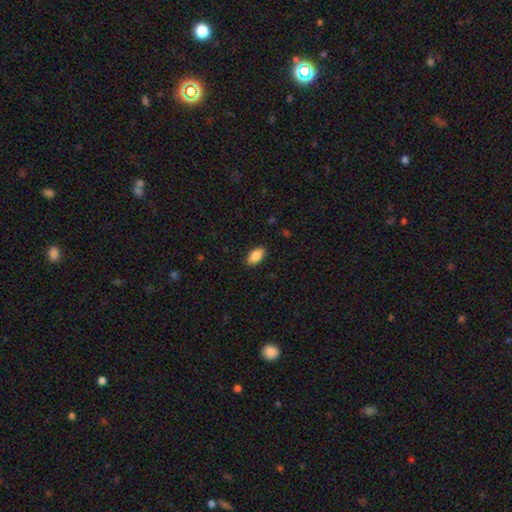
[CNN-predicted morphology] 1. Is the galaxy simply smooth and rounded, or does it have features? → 86% smooth, 7% star or artifact, 7% featured or disk.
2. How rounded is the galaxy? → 93% in between, 4% cigar-shaped, 3% round.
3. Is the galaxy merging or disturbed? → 89% none, 9% minor disturbance, 2% major disturbance, 1% merger.